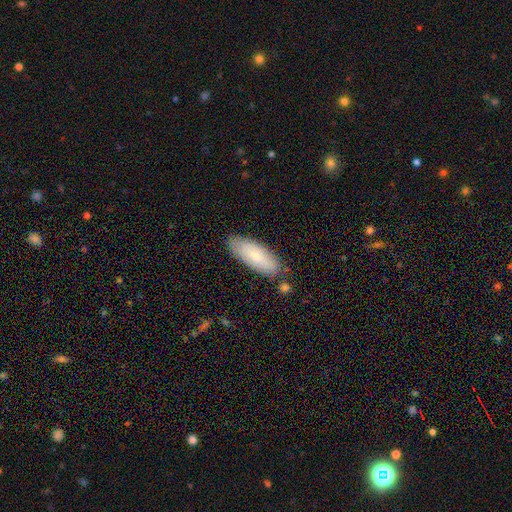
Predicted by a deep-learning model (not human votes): Smooth or featured: smooth — 75% (featured or disk — 20%)
How rounded: in between — 73% (cigar-shaped — 25%)
Merging: none — 80% (minor disturbance — 14%)